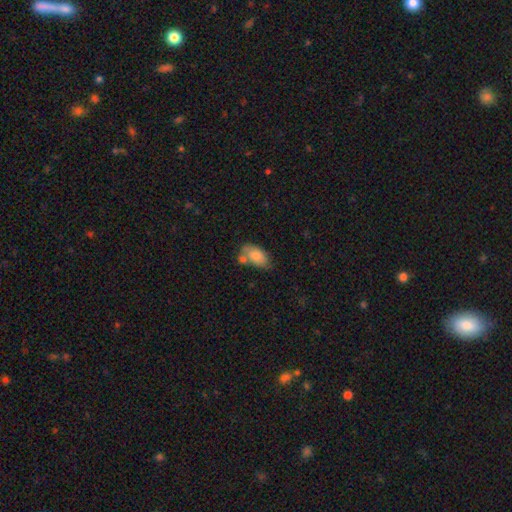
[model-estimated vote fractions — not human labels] smooth-or-featured: smooth: 76% | featured or disk: 17% | star or artifact: 7%
  how-rounded: in between: 92% | round: 6% | cigar-shaped: 2%
  merging: none: 49% | merger: 24% | minor disturbance: 22% | major disturbance: 6%